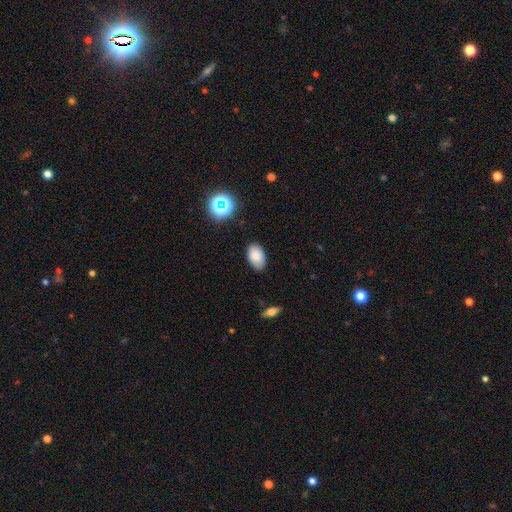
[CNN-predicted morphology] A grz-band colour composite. It shows a smooth galaxy with no disk features (84%) that is in between round and cigar-shaped (91%). Merging: none (83%).